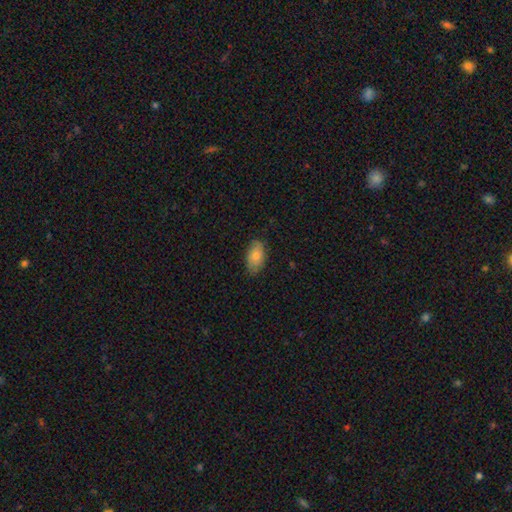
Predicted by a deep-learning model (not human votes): Q: Smooth or featured?
A: smooth (76%); runner-up: featured or disk (16%)
Q: How rounded?
A: in between (93%); runner-up: round (4%)
Q: Merging?
A: none (81%); runner-up: minor disturbance (15%)